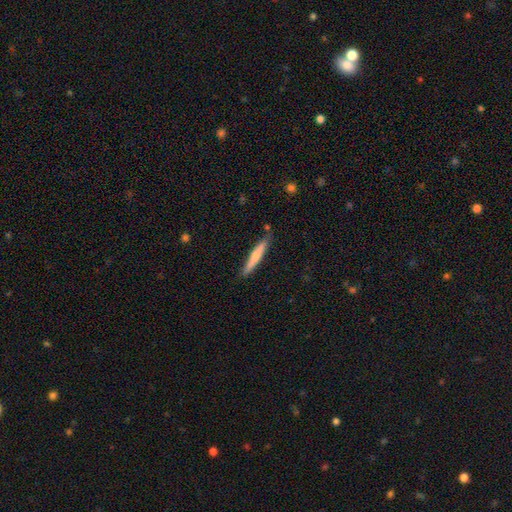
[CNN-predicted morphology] Smooth or featured? smooth (64%)
How rounded? cigar-shaped (94%)
Merging? none (83%)